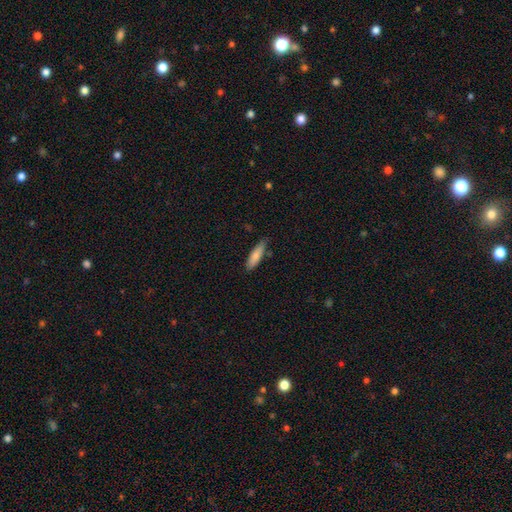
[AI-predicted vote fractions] Smooth or featured? Predicted: smooth (p=0.82). How rounded? Predicted: cigar-shaped (p=0.63). Merging? Predicted: none (p=0.77).